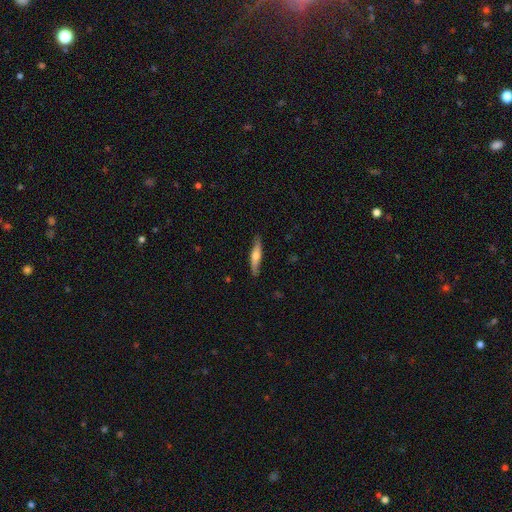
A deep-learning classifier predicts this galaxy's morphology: Smooth or featured? Predicted: smooth (p=0.50). How rounded? Predicted: cigar-shaped (p=0.86). Merging? Predicted: none (p=0.86).